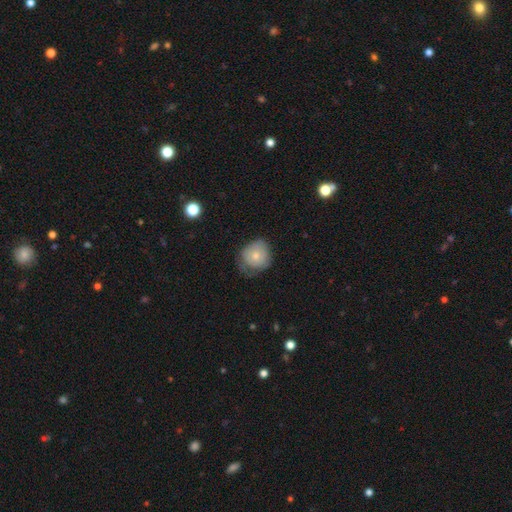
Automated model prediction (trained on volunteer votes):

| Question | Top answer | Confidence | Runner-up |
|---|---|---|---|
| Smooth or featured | smooth | 70% | featured or disk (23%) |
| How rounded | round | 78% | in between (22%) |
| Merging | none | 47% | minor disturbance (36%) |